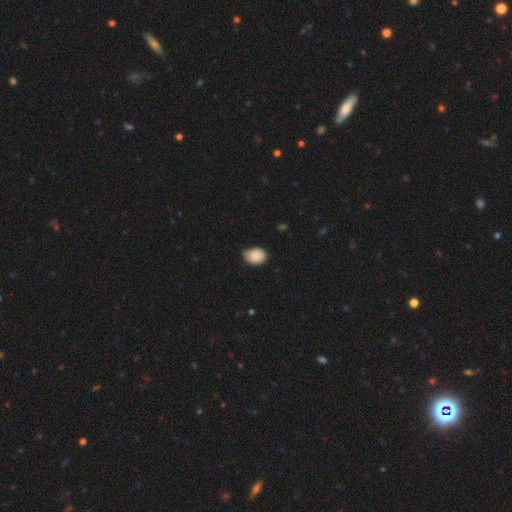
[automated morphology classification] smooth 84%, featured or disk 8%, star or artifact 7%. Down the decision tree: how rounded — in between (70%); merging — none (51%).